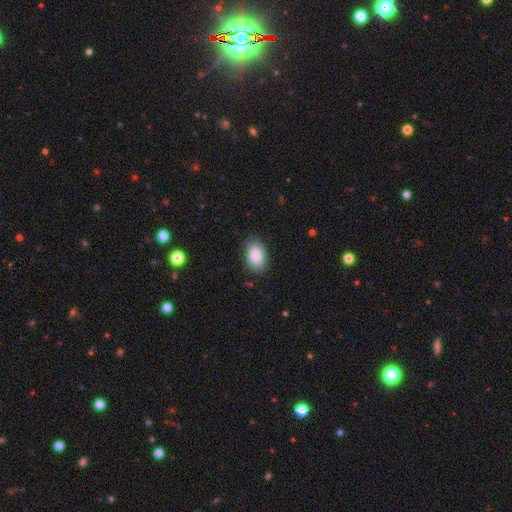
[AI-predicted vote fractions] The model was most divided on "merging": none: 85%, minor disturbance: 11%, major disturbance: 3%, merger: 1%. More confident: how rounded — in between (87%); smooth or featured — smooth (86%).